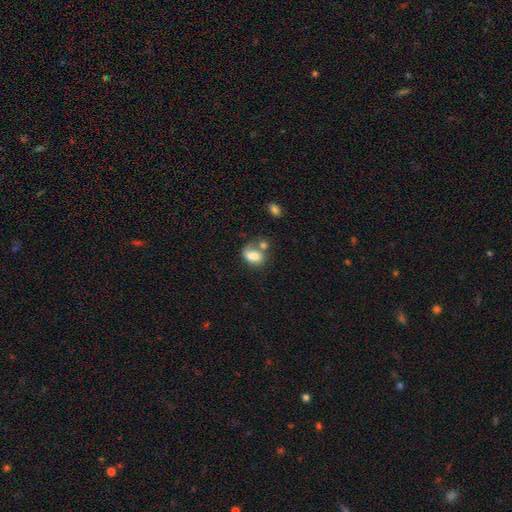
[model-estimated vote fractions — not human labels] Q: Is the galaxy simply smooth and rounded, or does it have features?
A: smooth — 73%.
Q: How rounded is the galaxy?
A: in between — 77%.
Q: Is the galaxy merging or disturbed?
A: merger — 36%.